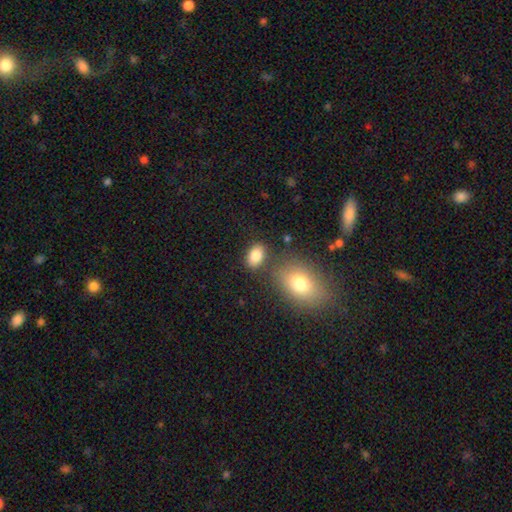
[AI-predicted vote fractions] Smooth or featured? smooth (84%)
How rounded? in between (84%)
Merging? none (75%)